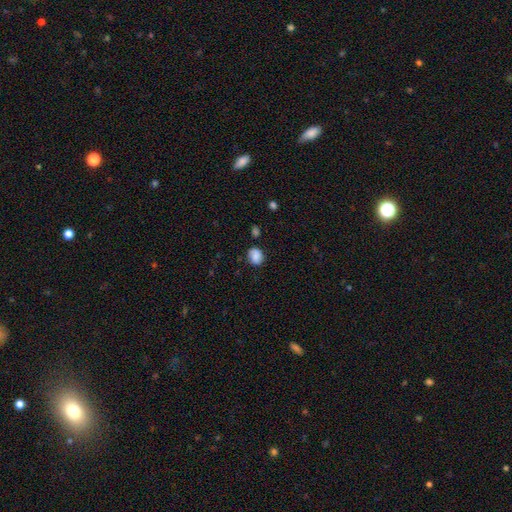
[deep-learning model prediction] smooth-or-featured: smooth: 78% | featured or disk: 12% | star or artifact: 10%
  how-rounded: round: 56% | in between: 43% | cigar-shaped: 1%
  merging: none: 72% | minor disturbance: 20% | major disturbance: 5% | merger: 4%